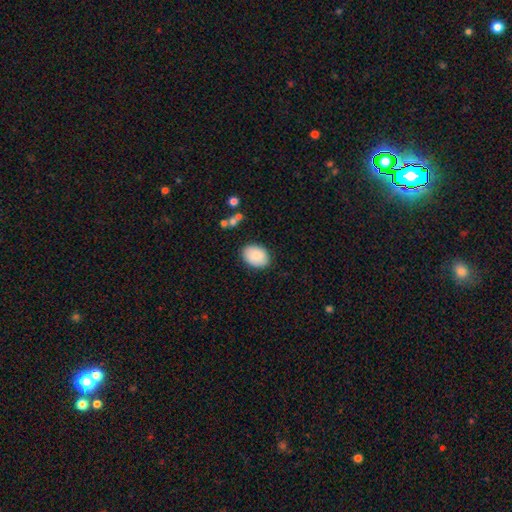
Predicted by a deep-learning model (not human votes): This is clearly a smooth galaxy (88%). How rounded: clearly in between (82%). Merging: clearly none (86%).